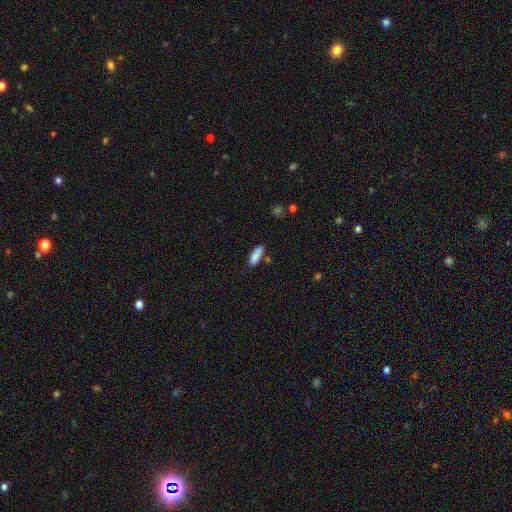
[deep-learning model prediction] smooth-or-featured: smooth: 87% | star or artifact: 7% | featured or disk: 6%
  how-rounded: in between: 52% | cigar-shaped: 46% | round: 2%
  merging: none: 75% | minor disturbance: 16% | merger: 6% | major disturbance: 3%